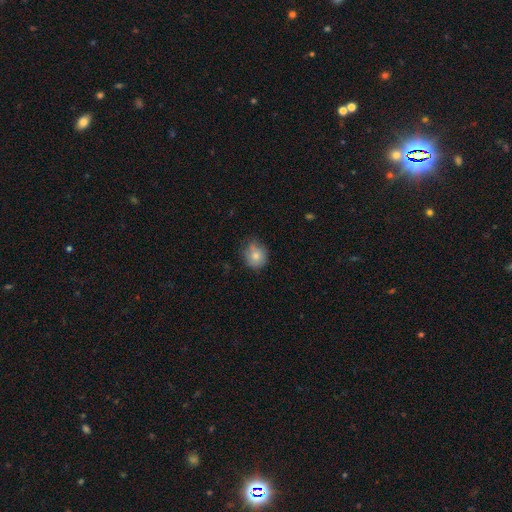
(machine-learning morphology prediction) Overall: smooth (77%). How rounded: round (75%). Merging: none (63%; minor disturbance 28%).